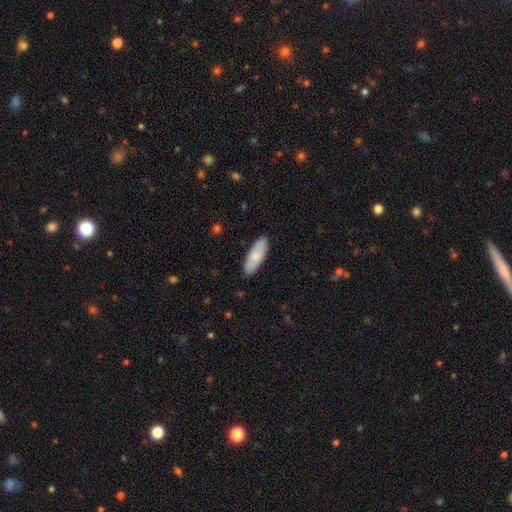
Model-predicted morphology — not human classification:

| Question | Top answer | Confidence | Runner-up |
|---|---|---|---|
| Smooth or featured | smooth | 81% | featured or disk (13%) |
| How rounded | in between | 64% | cigar-shaped (34%) |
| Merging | none | 89% | minor disturbance (8%) |